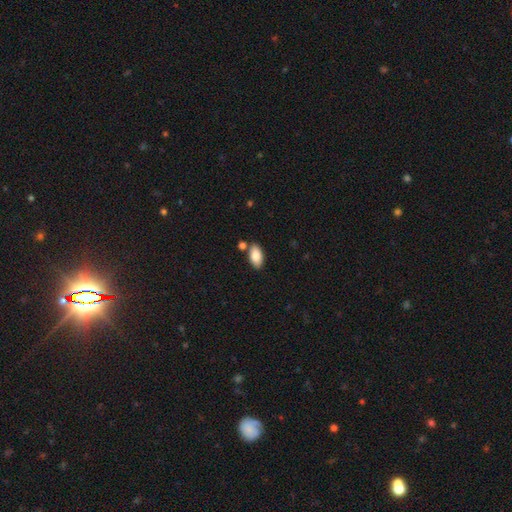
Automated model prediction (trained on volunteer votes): This is clearly a smooth galaxy (84%). How rounded: clearly in between (94%). Merging: likely none (79%).